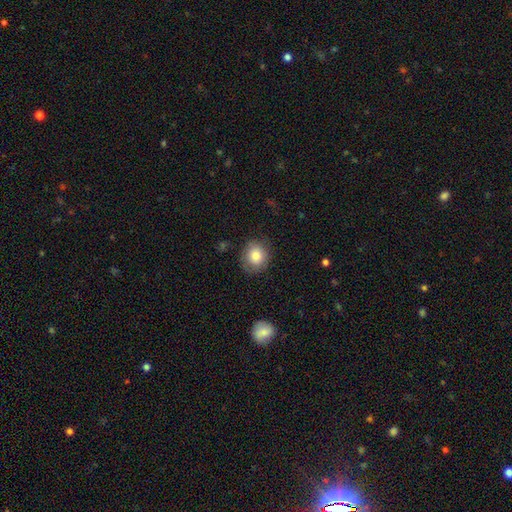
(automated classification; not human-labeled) Morphology: type=smooth (80%); roundness=round (77%); merging=none (80%).